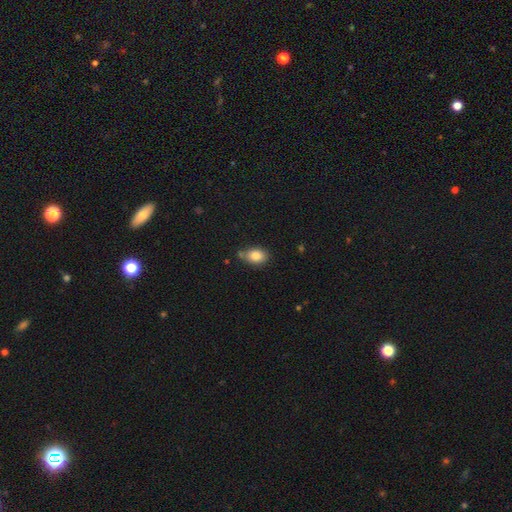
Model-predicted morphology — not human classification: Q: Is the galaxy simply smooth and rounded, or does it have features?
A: smooth — 83%.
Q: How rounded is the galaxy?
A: in between — 76%.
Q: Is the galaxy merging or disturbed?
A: none — 68%.